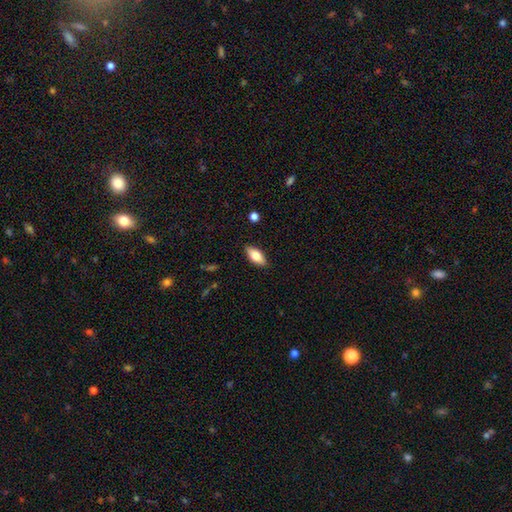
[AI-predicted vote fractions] This is likely a smooth galaxy (74%). How rounded: clearly in between (85%). Merging: clearly none (87%).